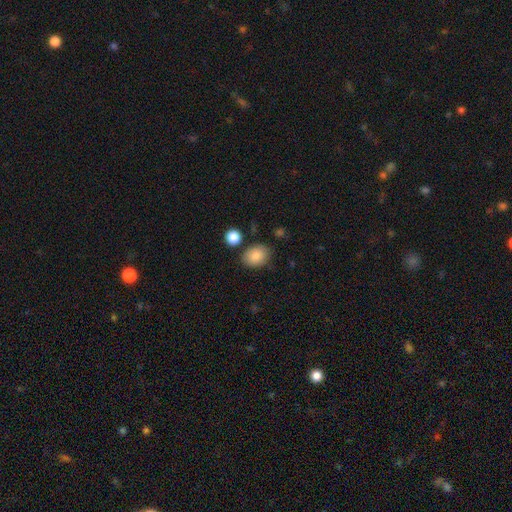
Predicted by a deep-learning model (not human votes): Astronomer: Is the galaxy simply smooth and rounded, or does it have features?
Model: smooth — 85%.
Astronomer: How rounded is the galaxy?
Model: in between — 68%.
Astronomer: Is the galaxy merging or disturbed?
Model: none — 79%.